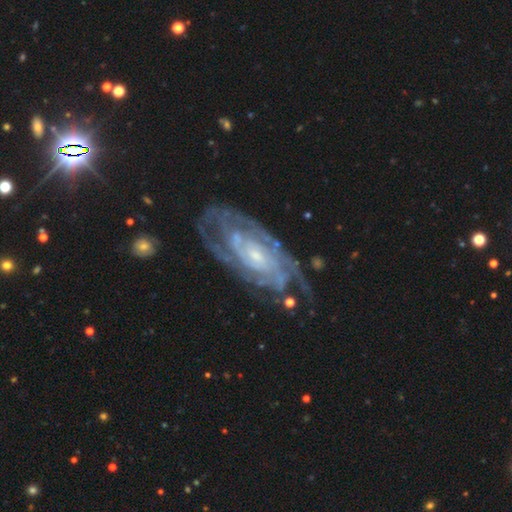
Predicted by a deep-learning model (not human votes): A featured or disk galaxy (87%) with no bar (66%), tight (71%) spiral arms (94%) and a small central bulge (71%). Merging: none (66%).